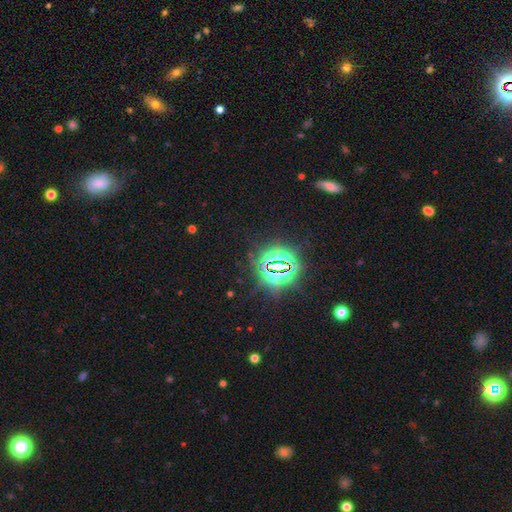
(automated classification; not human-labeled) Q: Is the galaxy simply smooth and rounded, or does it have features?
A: star or artifact — 83%.